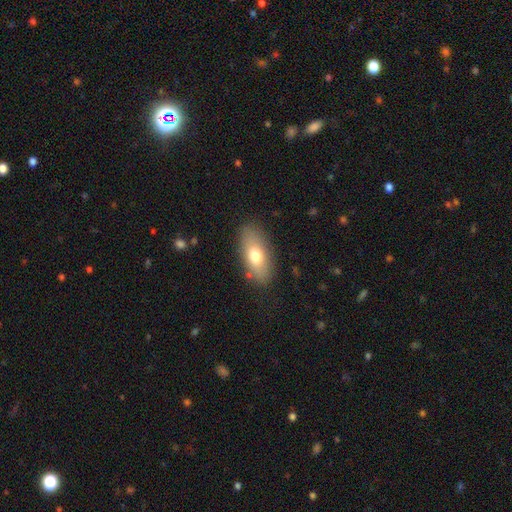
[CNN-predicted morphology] A smooth galaxy with no disk features (72%) that is in between round and cigar-shaped (85%). Merging: none (83%).